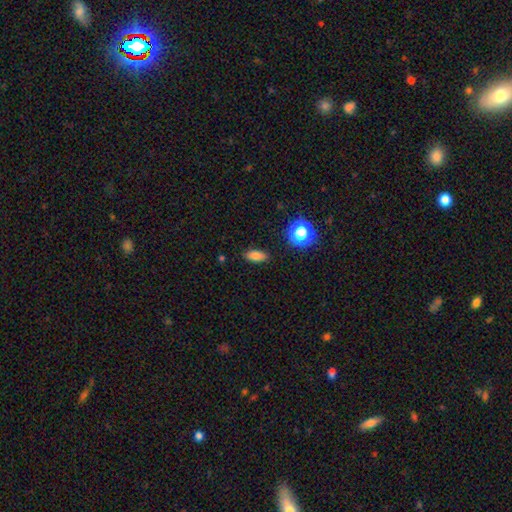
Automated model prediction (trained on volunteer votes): Q: Smooth or featured?
A: smooth (81%); runner-up: star or artifact (12%)
Q: How rounded?
A: in between (79%); runner-up: cigar-shaped (13%)
Q: Merging?
A: none (87%); runner-up: minor disturbance (9%)